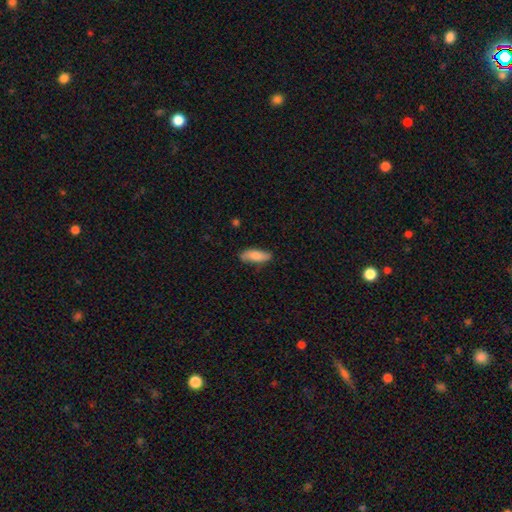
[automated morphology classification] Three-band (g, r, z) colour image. It shows a smooth galaxy with no disk features (80%) that is in between round and cigar-shaped (67%). Merging: none (81%).